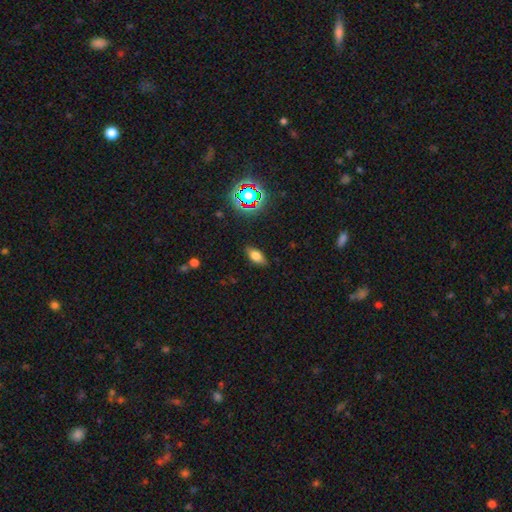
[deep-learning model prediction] smooth 71%, featured or disk 15%, star or artifact 14%. Down the decision tree: how rounded — in between (84%); merging — none (85%).